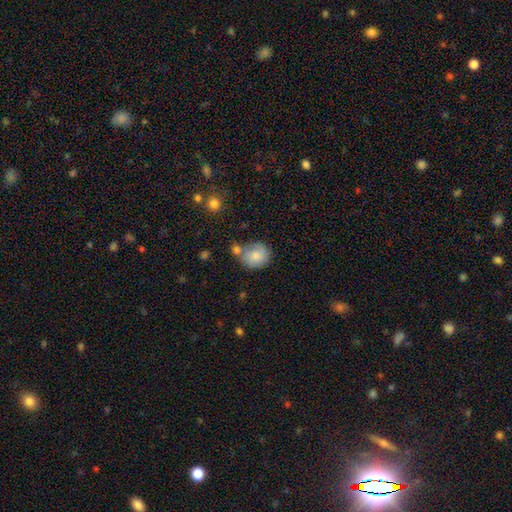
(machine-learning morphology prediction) smooth 77%, featured or disk 15%, star or artifact 8%. Down the decision tree: how rounded — round (72%); merging — none (51%).